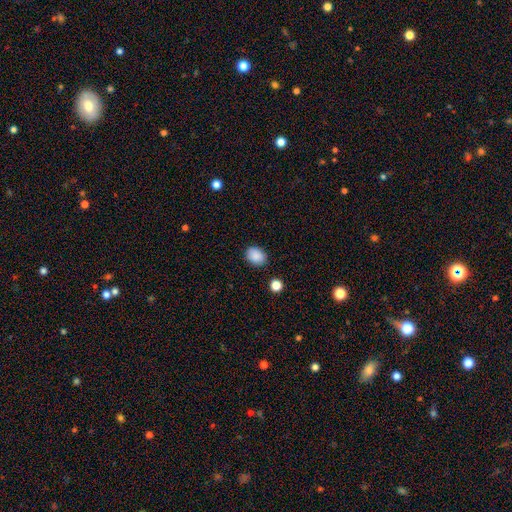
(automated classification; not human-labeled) A smooth galaxy with no disk features (88%) that is in between round and cigar-shaped (62%). Merging: none (86%).